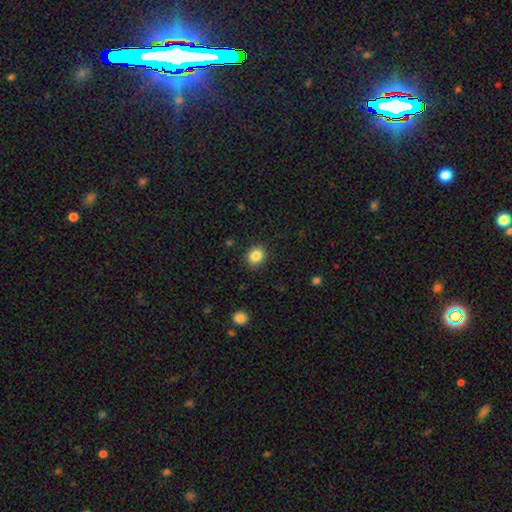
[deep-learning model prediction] Smooth or featured? smooth (85%)
How rounded? round (66%)
Merging? none (90%)